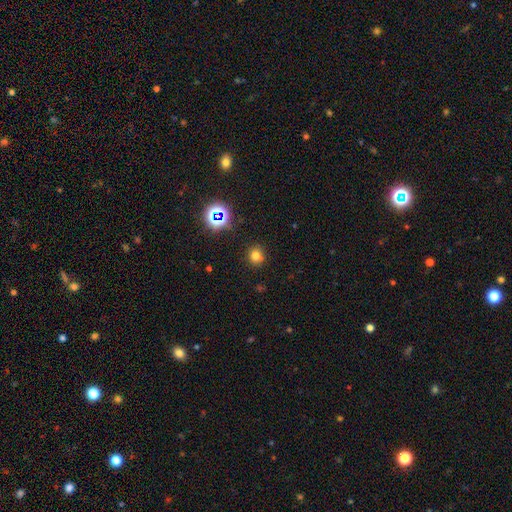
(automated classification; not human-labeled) Overall: smooth (71%). How rounded: round (81%). Merging: none (79%).